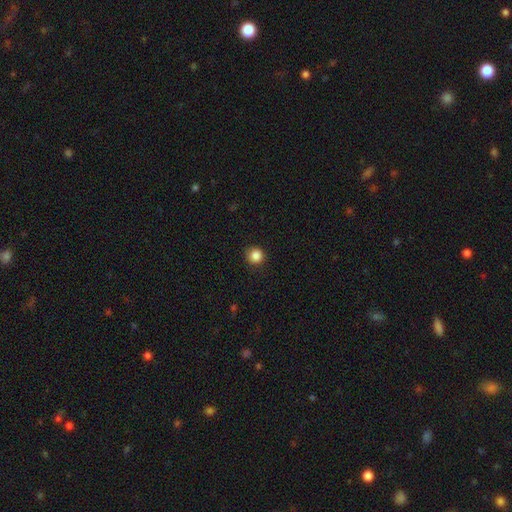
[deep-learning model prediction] This is clearly a smooth galaxy (86%). How rounded: clearly round (93%). Merging: clearly none (89%).